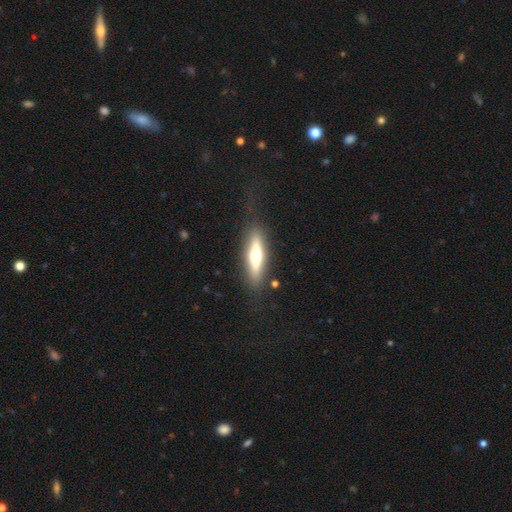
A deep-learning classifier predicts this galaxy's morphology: This is possibly a featured or disk galaxy (48%). Merging: clearly none (81%).